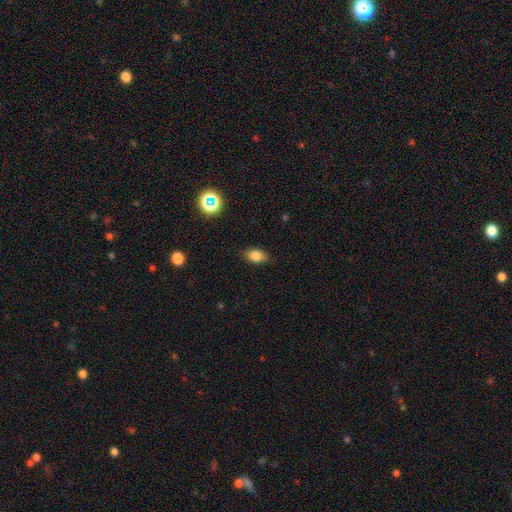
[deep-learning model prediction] This is clearly a smooth galaxy (82%). How rounded: clearly in between (83%). Merging: clearly none (82%).